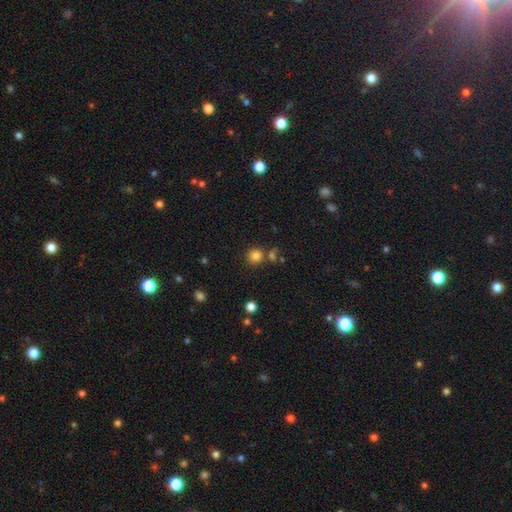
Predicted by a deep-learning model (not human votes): Overall: smooth (81%). How rounded: round (92%). Merging: none (76%).